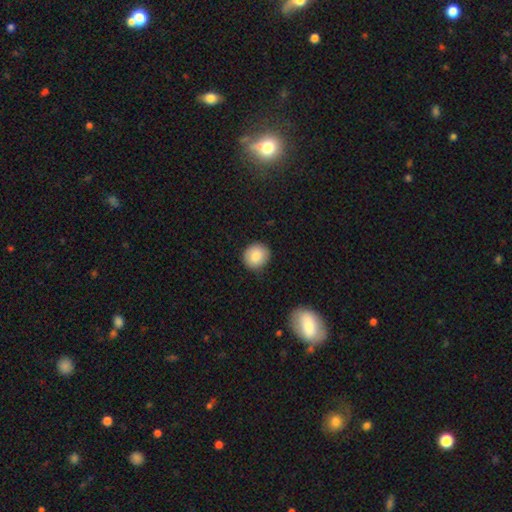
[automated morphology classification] Overall: smooth (85%). How rounded: round (84%). Merging: none (88%).